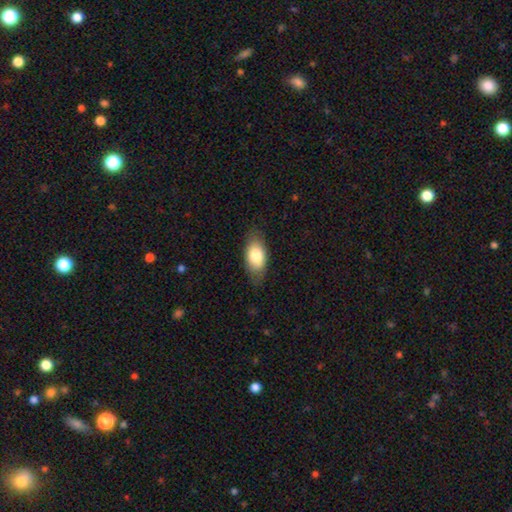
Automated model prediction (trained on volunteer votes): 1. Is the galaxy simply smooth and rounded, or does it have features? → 79% smooth, 14% featured or disk, 6% star or artifact.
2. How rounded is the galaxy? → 91% in between, 5% cigar-shaped, 4% round.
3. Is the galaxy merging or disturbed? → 79% none, 16% minor disturbance, 4% major disturbance, 1% merger.